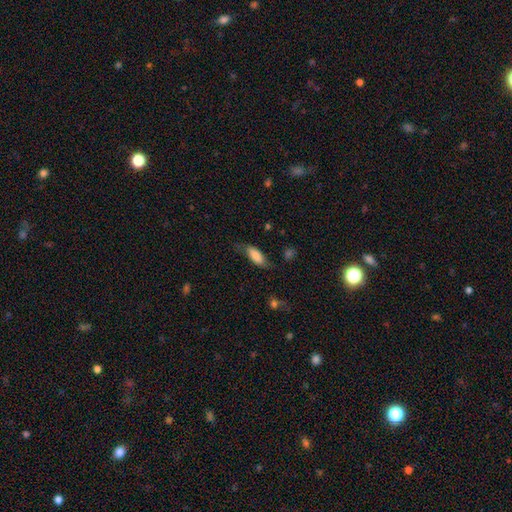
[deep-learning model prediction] A smooth galaxy with no disk features (80%) that is in between round and cigar-shaped (78%).

Vote fractions:
- Smooth or featured? smooth: 80% / featured or disk: 14% / star or artifact: 7%
- How rounded? in between: 78% / cigar-shaped: 19% / round: 2%
- Merging? none: 60% / minor disturbance: 28% / major disturbance: 10% / merger: 2%